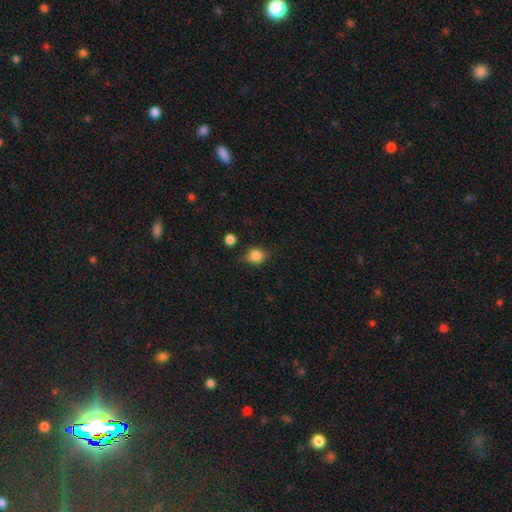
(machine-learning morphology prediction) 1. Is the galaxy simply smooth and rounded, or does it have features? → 84% smooth, 10% star or artifact, 6% featured or disk.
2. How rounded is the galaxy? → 79% round, 20% in between, 1% cigar-shaped.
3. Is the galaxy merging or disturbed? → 74% none, 17% minor disturbance, 4% major disturbance, 4% merger.